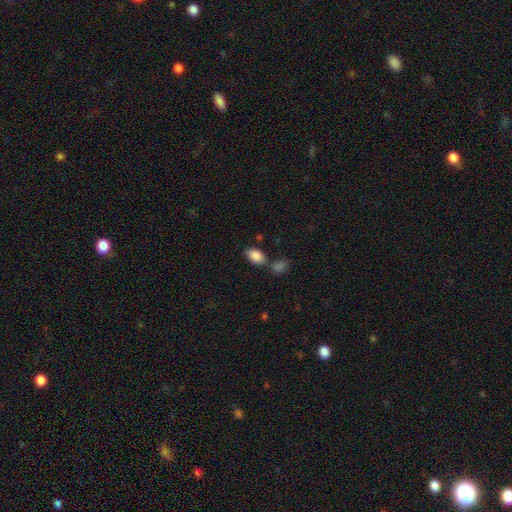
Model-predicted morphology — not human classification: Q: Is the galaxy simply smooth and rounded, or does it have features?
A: smooth — 88%.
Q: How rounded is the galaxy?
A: in between — 92%.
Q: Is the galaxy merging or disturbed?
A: none — 67%.